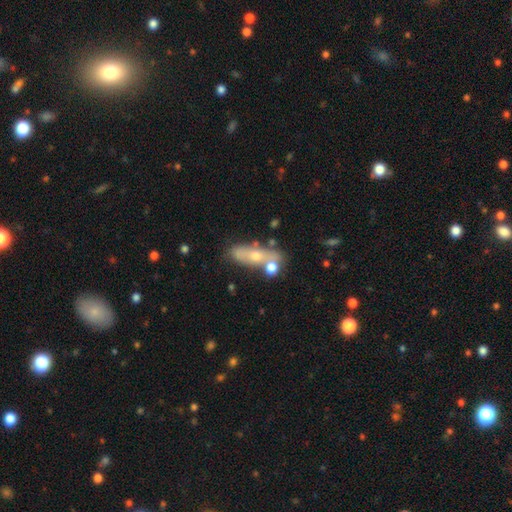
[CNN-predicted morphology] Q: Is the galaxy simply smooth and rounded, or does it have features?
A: smooth — 48%.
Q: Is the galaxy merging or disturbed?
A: none — 49%.